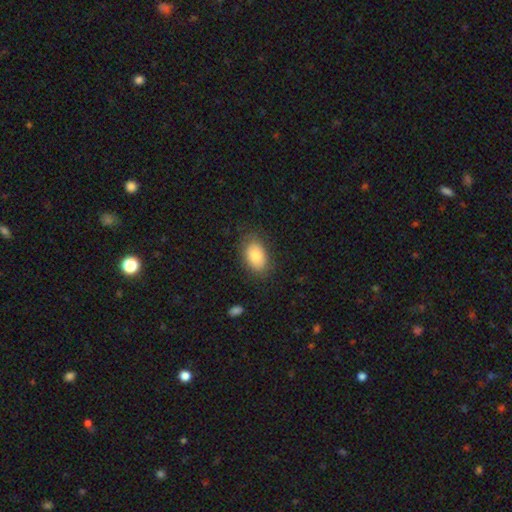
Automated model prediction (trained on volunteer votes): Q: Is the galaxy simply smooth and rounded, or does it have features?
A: smooth — 82%.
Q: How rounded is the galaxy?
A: in between — 88%.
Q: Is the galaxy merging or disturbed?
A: none — 80%.